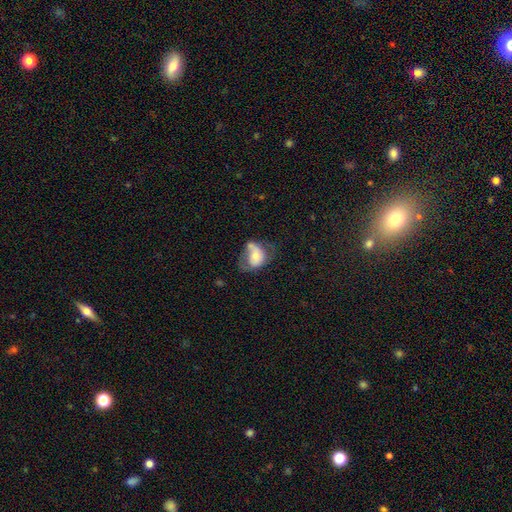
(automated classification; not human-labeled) Smooth or featured: smooth — 55% (featured or disk — 37%)
How rounded: in between — 67% (round — 32%)
Merging: major disturbance — 30% (minor disturbance — 26%)